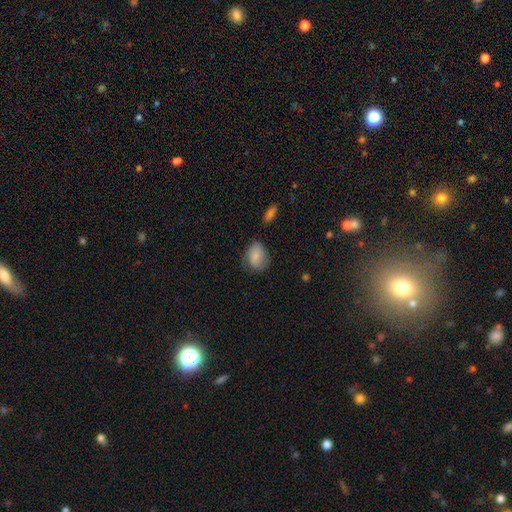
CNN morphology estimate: A smooth galaxy with no disk features (78%) that is in between round and cigar-shaped (63%).

Vote fractions:
- Smooth or featured? smooth: 78% / featured or disk: 14% / star or artifact: 7%
- How rounded? in between: 63% / round: 35% / cigar-shaped: 1%
- Merging? none: 64% / minor disturbance: 26% / major disturbance: 7% / merger: 3%